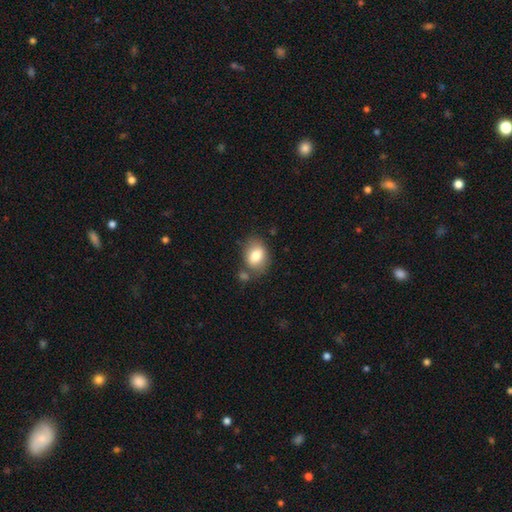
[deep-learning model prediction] The model was most divided on "how rounded": in between: 71%, round: 28%, cigar-shaped: 1%. More confident: smooth or featured — smooth (78%); merging — none (63%).